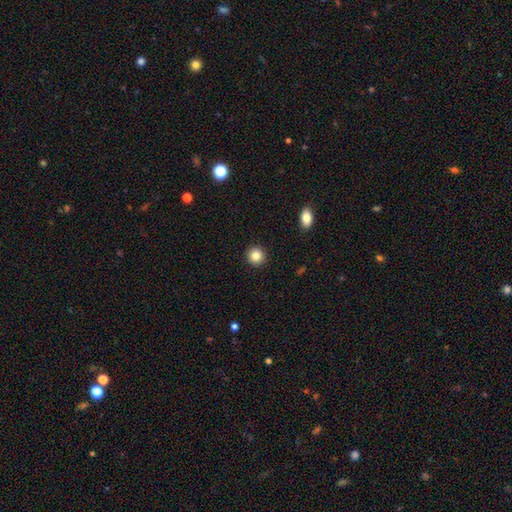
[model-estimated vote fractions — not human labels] Q: Smooth or featured?
A: smooth (84%); runner-up: star or artifact (10%)
Q: How rounded?
A: round (93%); runner-up: in between (6%)
Q: Merging?
A: none (93%); runner-up: minor disturbance (5%)